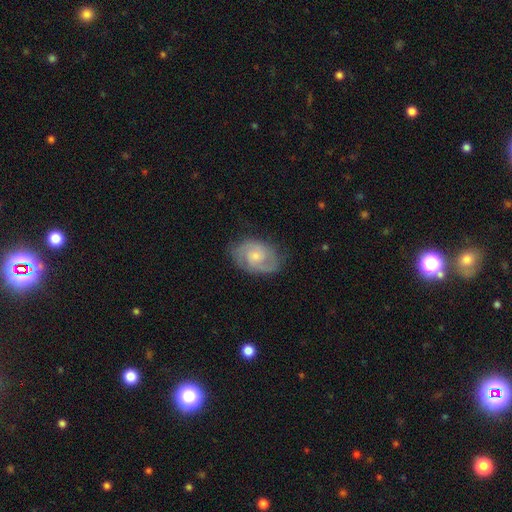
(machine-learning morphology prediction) This is likely a featured or disk galaxy (75%). It is clearly not viewed edge-on (97%). Bar: possibly no (58%). Spiral arm pattern: clearly yes (94%). Spiral arm count: likely 2 (76%). Spiral winding: possibly medium (47%). Central bulge: possibly small (53%). Merging: likely none (74%).